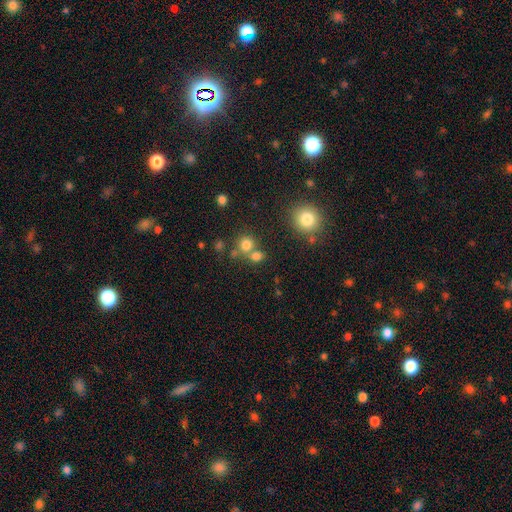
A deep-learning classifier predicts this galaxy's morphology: This appears to be a smooth galaxy with no disk features (74%) that is round (83%). Merging: none (57%).